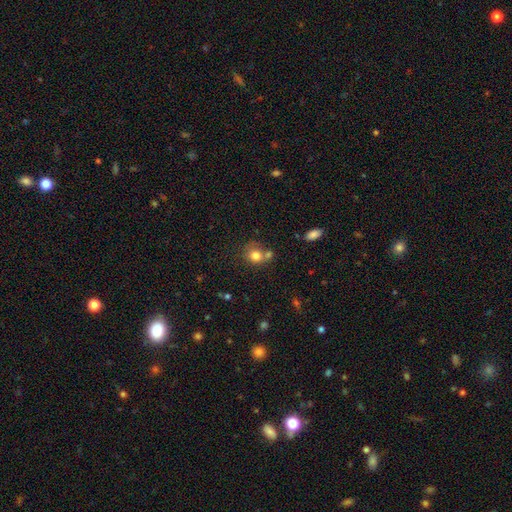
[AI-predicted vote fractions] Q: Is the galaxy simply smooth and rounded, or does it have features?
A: smooth — 79%.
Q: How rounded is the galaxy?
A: round — 76%.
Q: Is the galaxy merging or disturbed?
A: none — 48%.